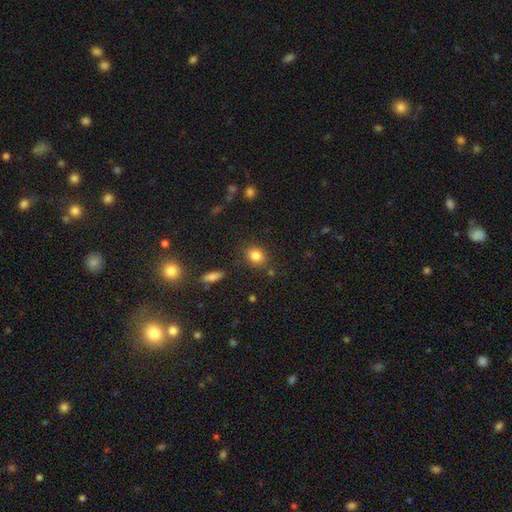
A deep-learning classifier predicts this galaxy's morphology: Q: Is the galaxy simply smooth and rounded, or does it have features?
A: smooth — 82%.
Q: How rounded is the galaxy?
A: round — 62%.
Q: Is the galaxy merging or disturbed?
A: none — 82%.